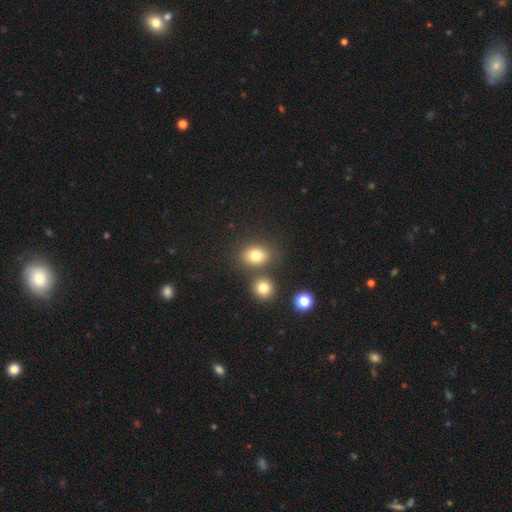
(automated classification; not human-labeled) smooth 80%, star or artifact 12%, featured or disk 8%. Down the decision tree: how rounded — in between (55%); merging — none (68%).